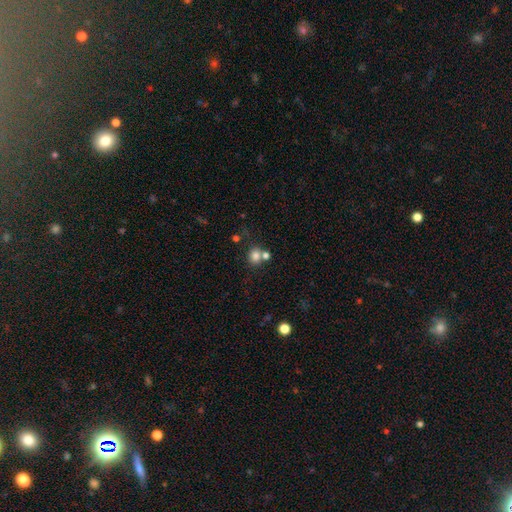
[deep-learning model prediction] Smooth or featured? Predicted: smooth (p=0.78). How rounded? Predicted: round (p=0.74). Merging? Predicted: none (p=0.53).